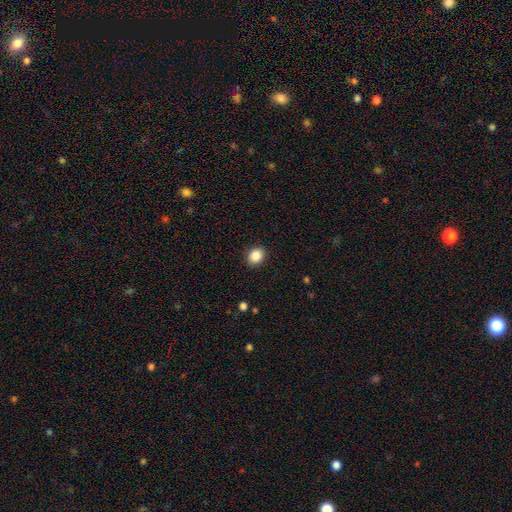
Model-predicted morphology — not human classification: Overall: smooth (87%). How rounded: round (55%; in between 44%). Merging: none (90%).